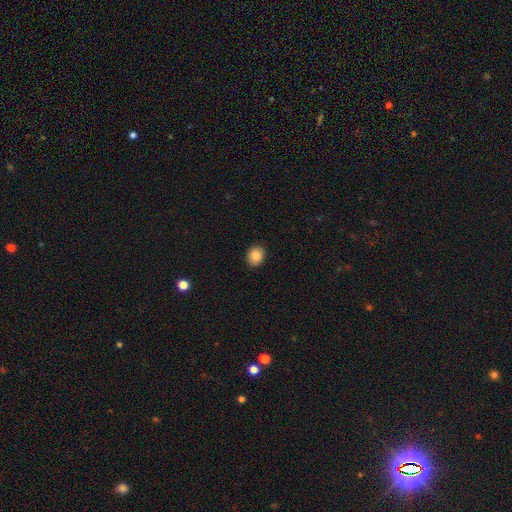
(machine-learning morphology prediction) This is clearly a smooth galaxy (86%). How rounded: likely round (64%). Merging: clearly none (91%).